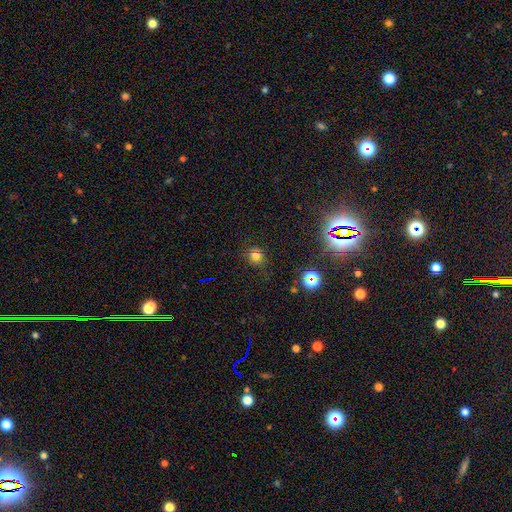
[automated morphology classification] A smooth galaxy with no disk features (73%) that is round (82%). Merging: none (78%).